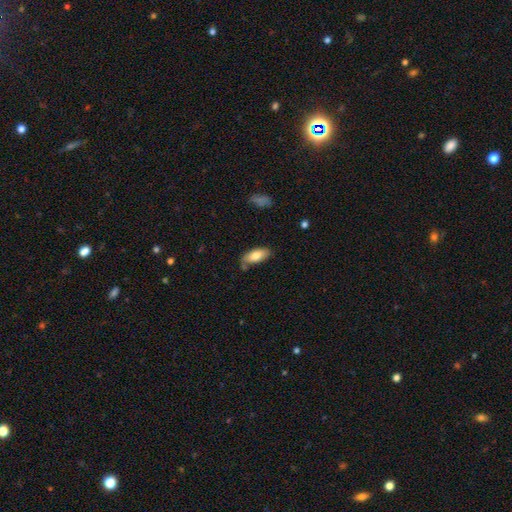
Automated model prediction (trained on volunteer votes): Overall: smooth (80%). How rounded: in between (85%). Merging: none (69%).